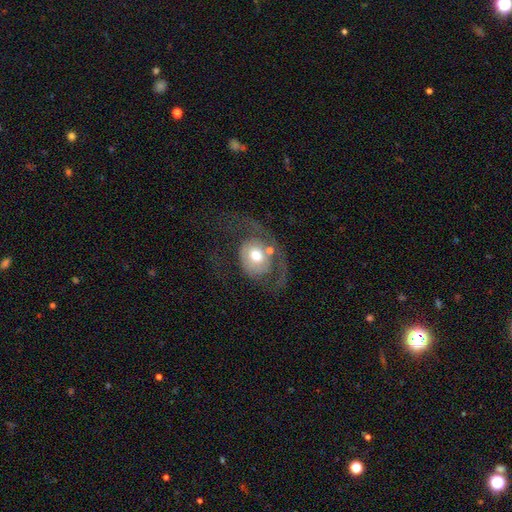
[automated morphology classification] Smooth or featured?
  - featured or disk: 59% *
  - smooth: 34%
  - star or artifact: 7%
Edge-on disk?
  - no: 96% *
  - yes: 4%
Bar?
  - no: 77% *
  - weak: 18%
  - strong: 5%
Spiral arms?
  - yes: 63% *
  - no: 37%
Bulge size?
  - moderate: 67% *
  - large: 17%
  - small: 12%
  - dominant: 2%
  - none: 1%
Merging?
  - major disturbance: 45% *
  - none: 31%
  - minor disturbance: 16%
  - merger: 9%